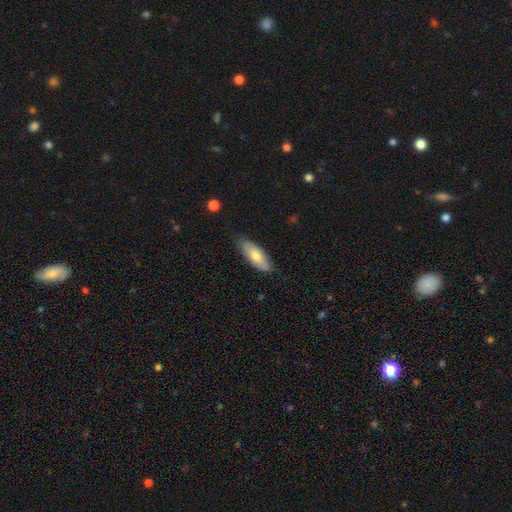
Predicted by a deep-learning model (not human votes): The model was most divided on "how rounded": in between: 71%, cigar-shaped: 27%, round: 2%. More confident: merging — none (78%); smooth or featured — smooth (72%).